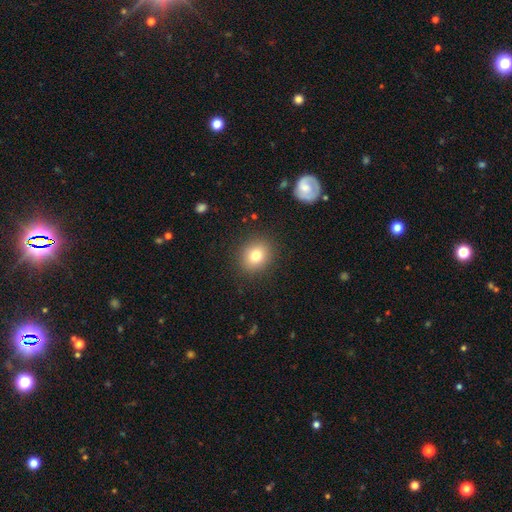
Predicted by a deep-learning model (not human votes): smooth-or-featured: smooth: 79% | star or artifact: 11% | featured or disk: 10%
  how-rounded: round: 71% | in between: 29% | cigar-shaped: 1%
  merging: none: 89% | minor disturbance: 7% | major disturbance: 3% | merger: 1%